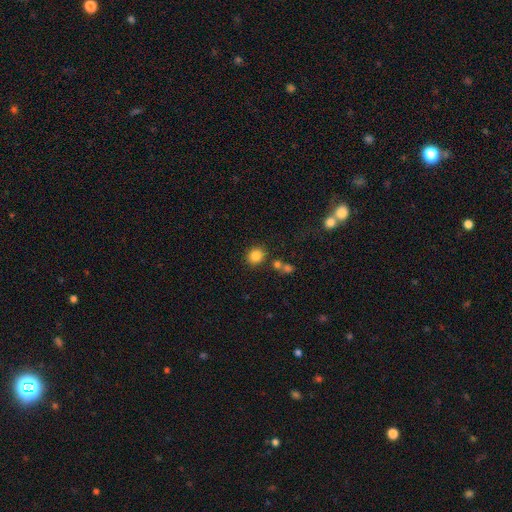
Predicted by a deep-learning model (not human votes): Smooth or featured? Predicted: smooth (p=0.84). How rounded? Predicted: round (p=0.77). Merging? Predicted: none (p=0.80).